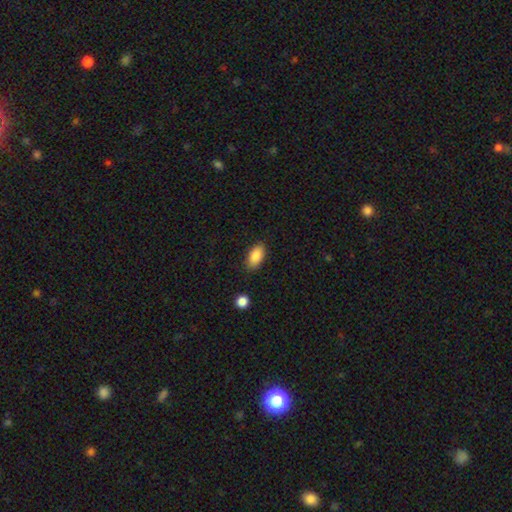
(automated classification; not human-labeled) A smooth galaxy with no disk features (87%) that is in between round and cigar-shaped (92%).

Vote fractions:
- Smooth or featured? smooth: 87% / star or artifact: 7% / featured or disk: 5%
- How rounded? in between: 92% / cigar-shaped: 4% / round: 4%
- Merging? none: 85% / minor disturbance: 11% / major disturbance: 3% / merger: 2%